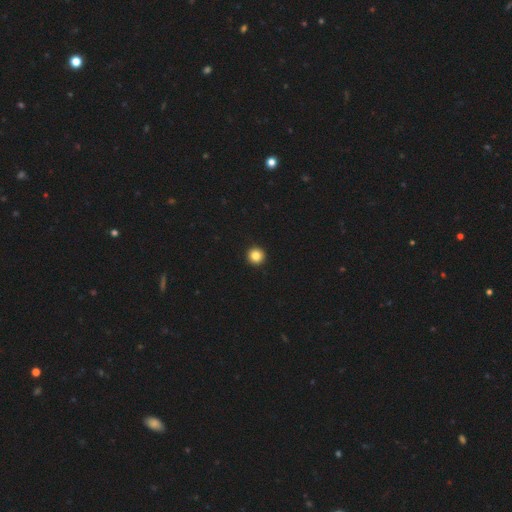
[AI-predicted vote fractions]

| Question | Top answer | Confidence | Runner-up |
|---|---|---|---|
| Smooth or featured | smooth | 85% | star or artifact (11%) |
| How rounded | round | 96% | in between (3%) |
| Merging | none | 95% | minor disturbance (3%) |